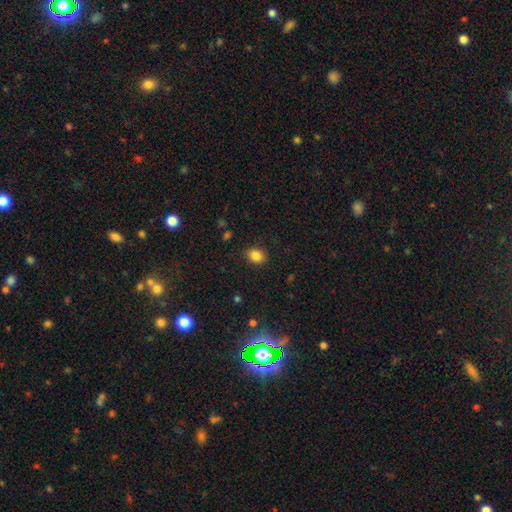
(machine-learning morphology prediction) smooth-or-featured: smooth: 85% | star or artifact: 10% | featured or disk: 5%
  how-rounded: in between: 50% | round: 49% | cigar-shaped: 1%
  merging: none: 85% | minor disturbance: 11% | major disturbance: 3% | merger: 1%